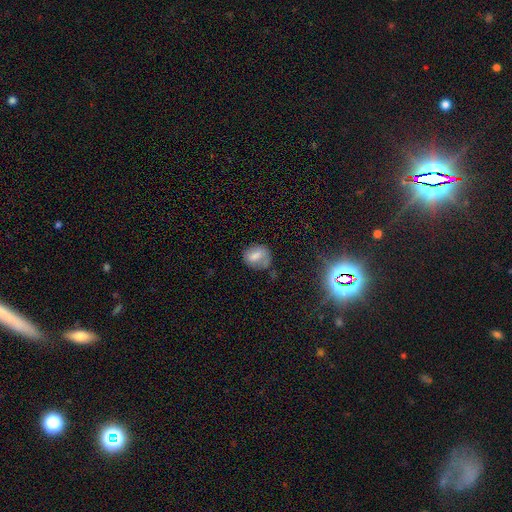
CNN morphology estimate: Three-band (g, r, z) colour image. It shows a smooth galaxy with no disk features (68%) that is round (53%). Merging: none (54%).